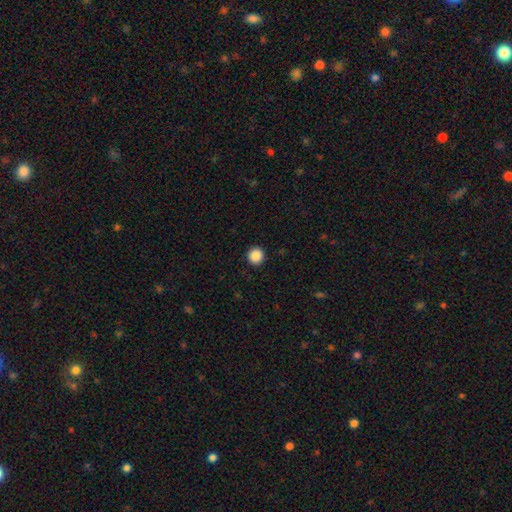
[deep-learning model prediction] Smooth or featured: smooth — 88% (star or artifact — 9%)
How rounded: round — 94% (in between — 5%)
Merging: none — 92% (minor disturbance — 5%)